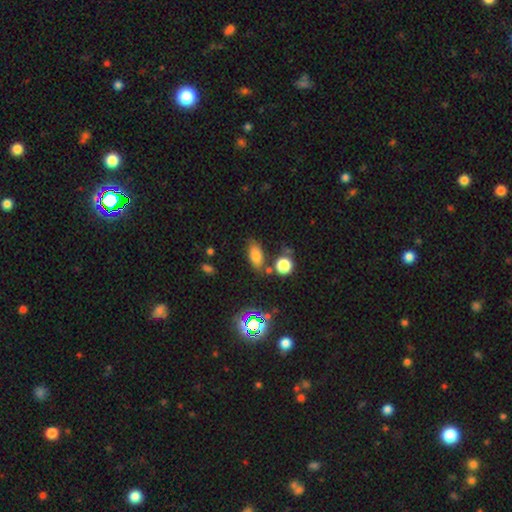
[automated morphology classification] This appears to be a smooth galaxy with no disk features (75%) that is in between round and cigar-shaped (82%). Merging: none (71%).